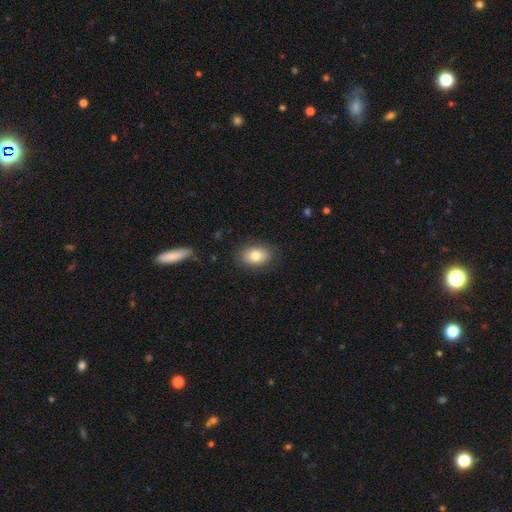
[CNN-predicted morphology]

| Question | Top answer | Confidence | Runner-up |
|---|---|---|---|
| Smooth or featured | smooth | 79% | featured or disk (13%) |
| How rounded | in between | 81% | round (18%) |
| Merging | none | 84% | minor disturbance (11%) |